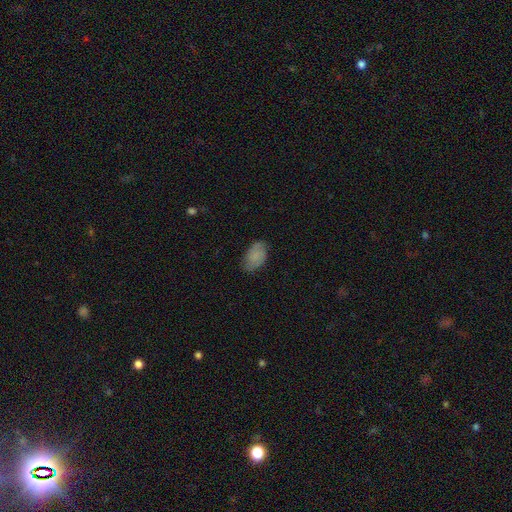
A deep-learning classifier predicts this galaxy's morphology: Smooth or featured?
  - smooth: 70% *
  - featured or disk: 21%
  - star or artifact: 8%
How rounded?
  - in between: 92% *
  - round: 6%
  - cigar-shaped: 2%
Merging?
  - none: 74% *
  - minor disturbance: 21%
  - major disturbance: 5%
  - merger: 1%